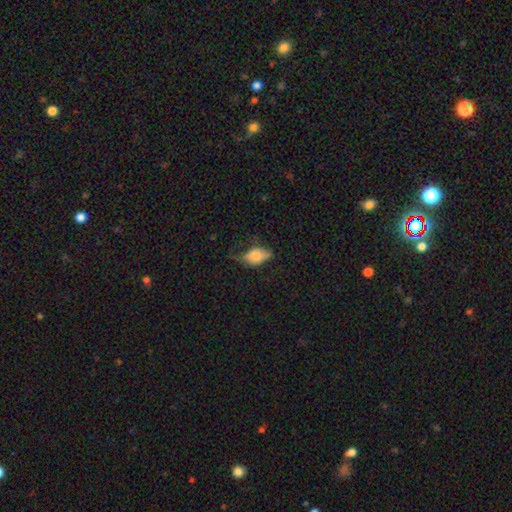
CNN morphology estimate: Smooth or featured?
  - smooth: 69% *
  - featured or disk: 23%
  - star or artifact: 8%
How rounded?
  - in between: 88% *
  - round: 7%
  - cigar-shaped: 5%
Merging?
  - none: 43% *
  - minor disturbance: 36%
  - major disturbance: 19%
  - merger: 2%